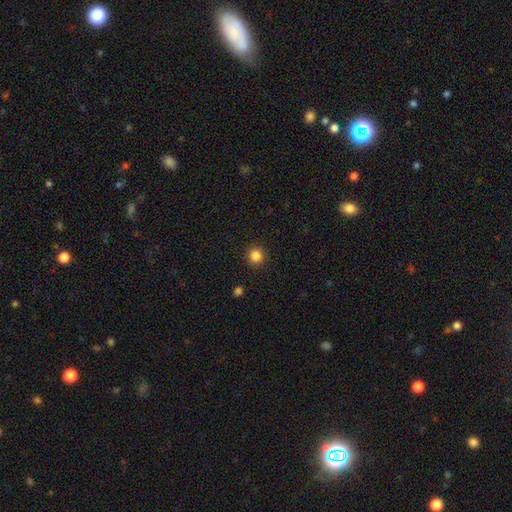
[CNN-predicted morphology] This appears to be a smooth galaxy with no disk features (85%) that is round (94%). Merging: none (92%).